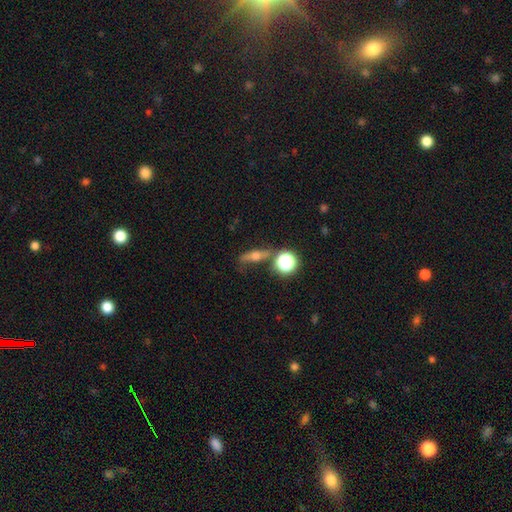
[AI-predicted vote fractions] Overall: featured or disk (45%; smooth 39%). Merging: none (68%).